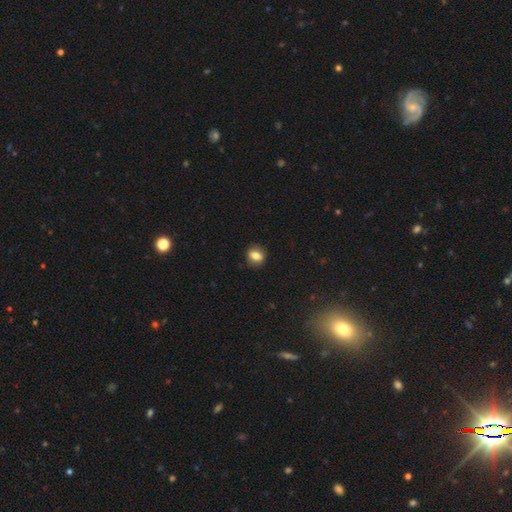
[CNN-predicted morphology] Smooth or featured? Predicted: smooth (p=0.77). How rounded? Predicted: in between (p=0.52). Merging? Predicted: none (p=0.85).